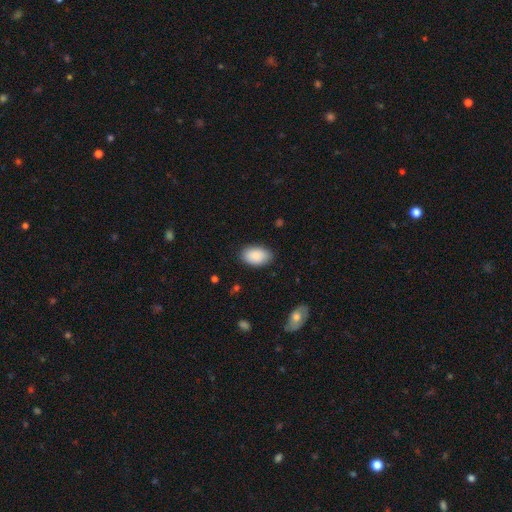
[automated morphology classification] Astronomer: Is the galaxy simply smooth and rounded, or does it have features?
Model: smooth — 90%.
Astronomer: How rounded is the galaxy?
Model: in between — 93%.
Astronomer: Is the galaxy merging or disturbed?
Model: none — 84%.